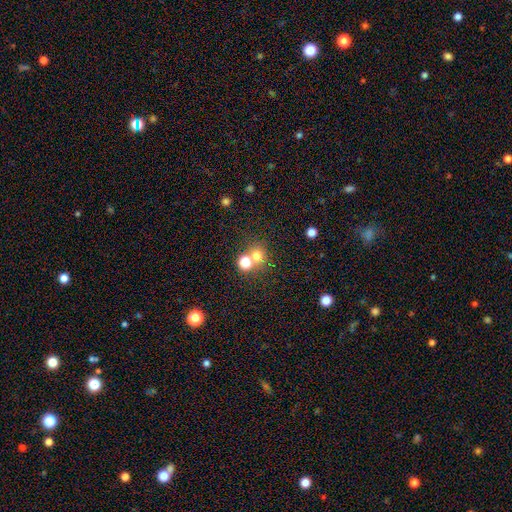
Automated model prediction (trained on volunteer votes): A smooth galaxy with no disk features (69%) that is round (81%). Merging: none (55%).